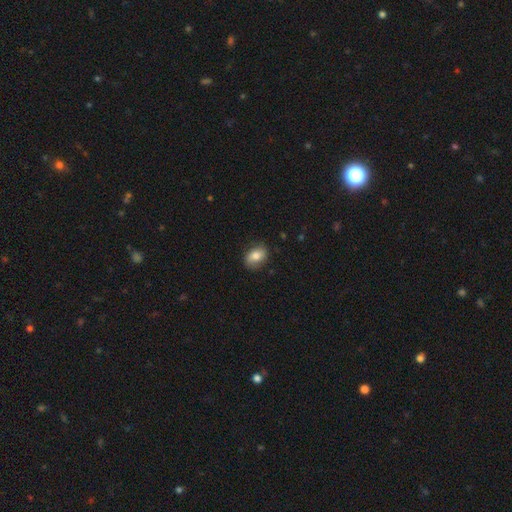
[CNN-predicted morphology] type=smooth (75%); roundness=in between (74%); merging=none (78%).